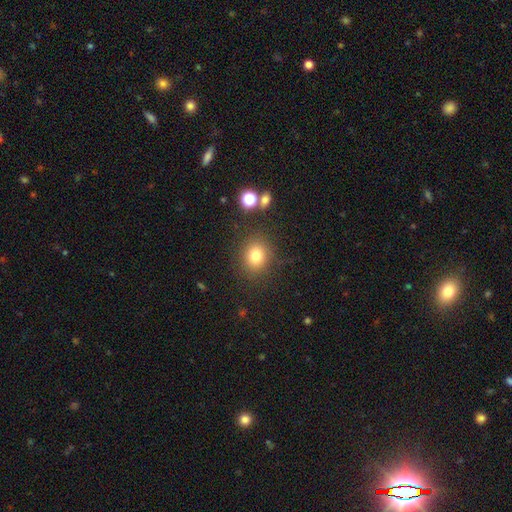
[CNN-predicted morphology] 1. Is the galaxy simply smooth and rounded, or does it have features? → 79% smooth, 13% star or artifact, 8% featured or disk.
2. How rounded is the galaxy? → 73% round, 26% in between, 1% cigar-shaped.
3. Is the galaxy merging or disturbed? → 83% none, 9% minor disturbance, 4% major disturbance, 3% merger.